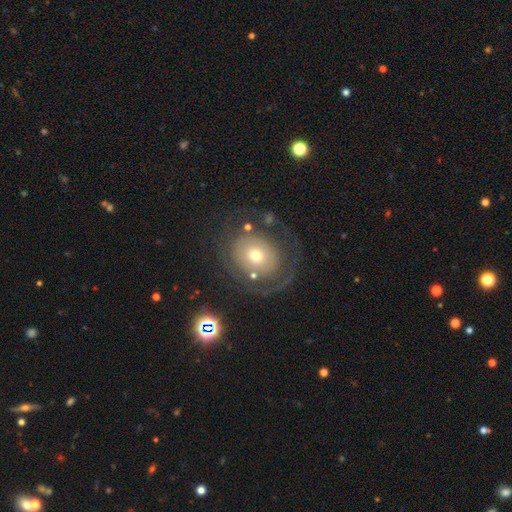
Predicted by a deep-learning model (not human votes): This is possibly a featured or disk galaxy (55%). It is clearly not viewed edge-on (95%). Bar: clearly no (85%). Spiral arm pattern: possibly yes (54%). Central bulge: possibly moderate (47%). Merging: possibly none (60%).